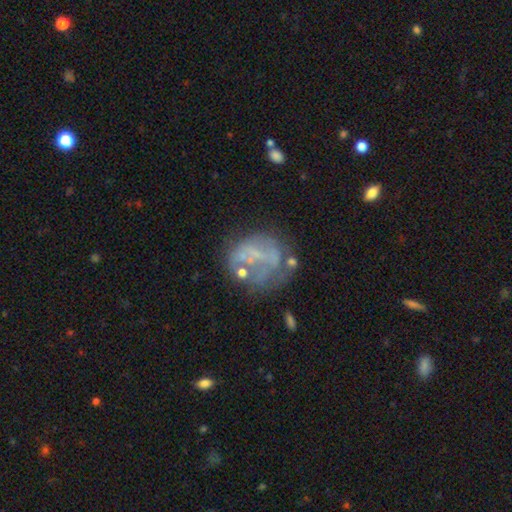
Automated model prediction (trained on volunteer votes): smooth_or_featured: featured or disk (p=0.55) [alt: smooth p=0.30]
disk_edge_on: no (p=0.98) [alt: yes p=0.02]
bar: no (p=0.80) [alt: weak p=0.14]
has_spiral_arms: no (p=0.84) [alt: yes p=0.16]
bulge_size: none (p=0.69) [alt: small p=0.21]
merging: none (p=0.43) [alt: major disturbance p=0.27]